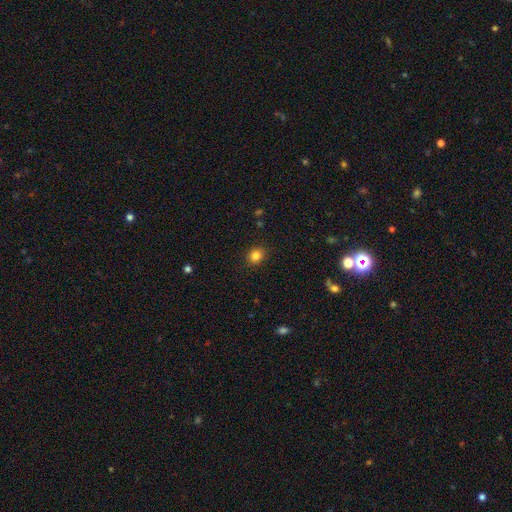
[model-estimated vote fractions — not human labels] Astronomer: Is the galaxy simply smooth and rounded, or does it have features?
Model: smooth — 84%.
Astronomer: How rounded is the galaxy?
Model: round — 67%.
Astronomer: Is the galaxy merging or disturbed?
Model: none — 90%.